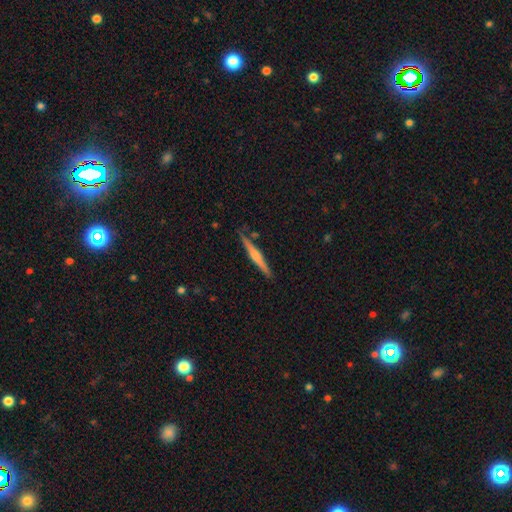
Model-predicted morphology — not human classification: smooth-or-featured: featured or disk: 60% | smooth: 35% | star or artifact: 6%
  disk-edge-on: yes: 98% | no: 2%
    edge-on-bulge: rounded: 69% | none: 18% | boxy: 14%
  merging: none: 87% | minor disturbance: 9% | merger: 2% | major disturbance: 2%